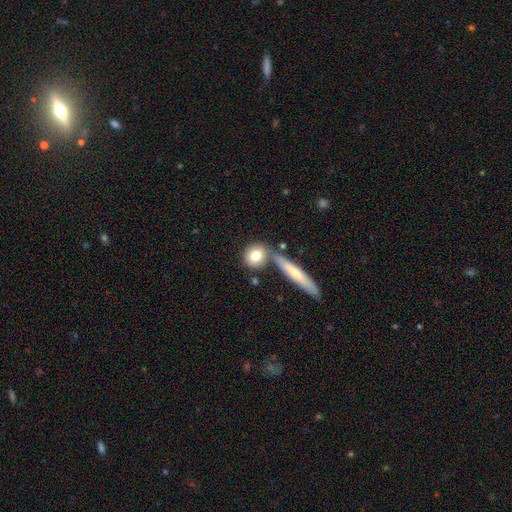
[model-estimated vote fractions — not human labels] Morphology: type=smooth (78%); roundness=round (68%); merging=none (65%).